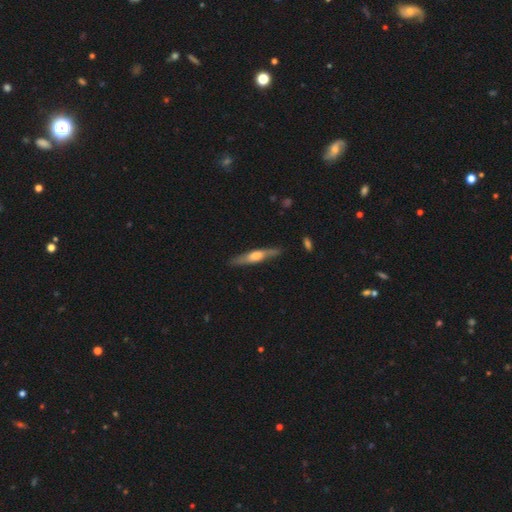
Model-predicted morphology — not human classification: The model was most divided on "smooth or featured": featured or disk: 63%, smooth: 32%, star or artifact: 5%. More confident: edge-on disk — yes (93%); edge-on bulge — rounded (85%); merging — none (84%).